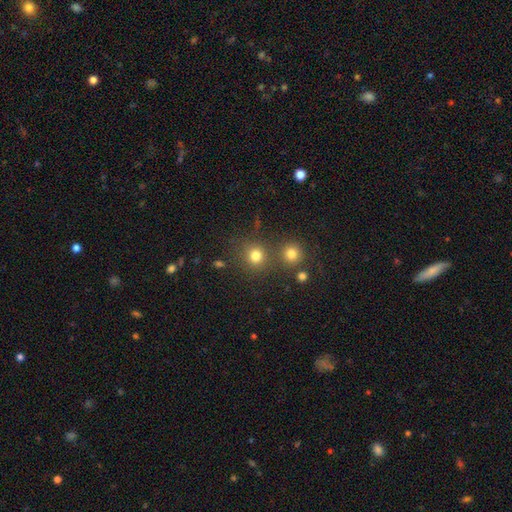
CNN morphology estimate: The model was most divided on "smooth or featured": smooth: 77%, star or artifact: 17%, featured or disk: 6%. More confident: how rounded — round (89%); merging — none (75%).